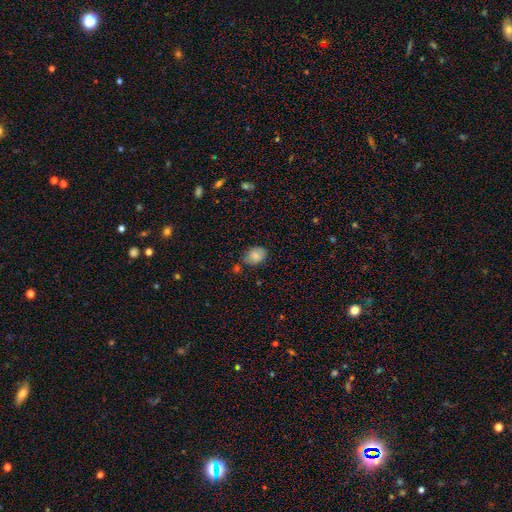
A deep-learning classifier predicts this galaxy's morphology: Smooth or featured: smooth — 83% (featured or disk — 9%)
How rounded: in between — 71% (round — 27%)
Merging: none — 75% (minor disturbance — 17%)